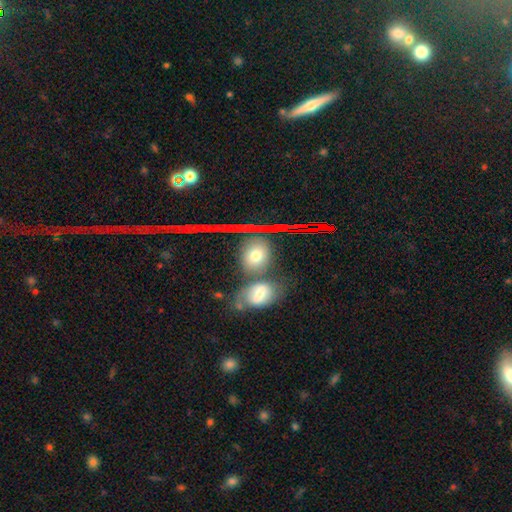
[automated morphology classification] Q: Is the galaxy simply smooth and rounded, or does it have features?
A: smooth — 64%.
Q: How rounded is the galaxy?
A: round — 52%.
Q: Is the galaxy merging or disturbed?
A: none — 56%.